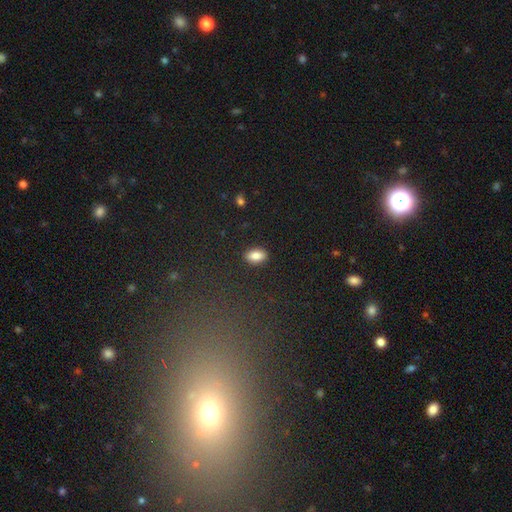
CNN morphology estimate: The model was most divided on "smooth or featured": smooth: 85%, star or artifact: 8%, featured or disk: 7%. More confident: how rounded — in between (91%); merging — none (88%).